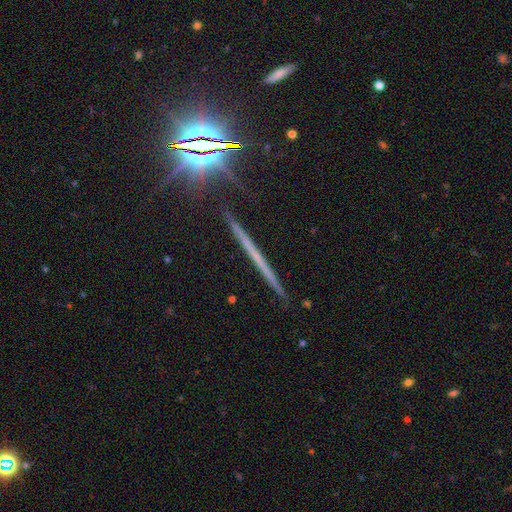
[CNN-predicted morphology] Smooth or featured? featured or disk (51%)
Edge-on disk? yes (96%)
Merging? none (89%)